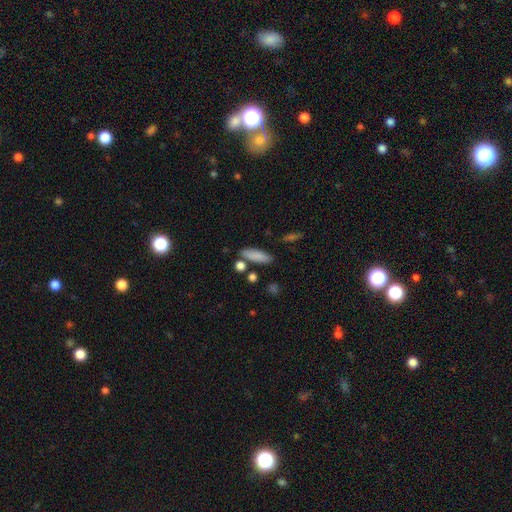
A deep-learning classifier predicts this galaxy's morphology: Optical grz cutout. It shows a smooth galaxy with no disk features (84%) that is in between round and cigar-shaped (54%). Merging: none (77%).